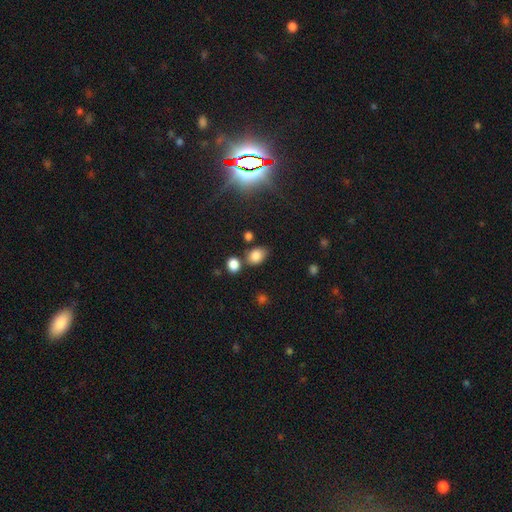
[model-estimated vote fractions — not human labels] smooth-or-featured: smooth: 81% | star or artifact: 13% | featured or disk: 6%
  how-rounded: in between: 73% | round: 26% | cigar-shaped: 1%
  merging: none: 66% | minor disturbance: 16% | merger: 14% | major disturbance: 4%